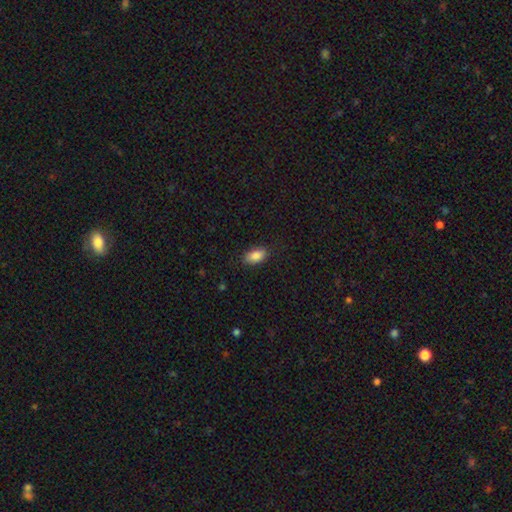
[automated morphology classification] type=smooth (88%); roundness=in between (92%); merging=none (84%).